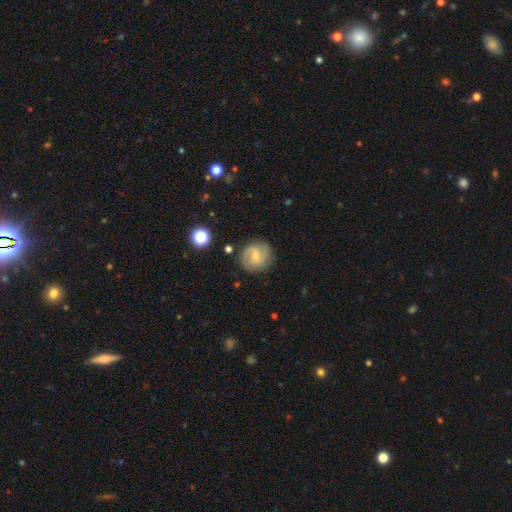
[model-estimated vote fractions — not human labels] Smooth or featured? featured or disk (61%)
Edge-on disk? no (97%)
Bar? weak (47%)
Spiral arms? yes (88%)
Spiral winding? medium (44%)
Spiral arm count? 2 (76%)
Bulge size? small (63%)
Merging? none (83%)